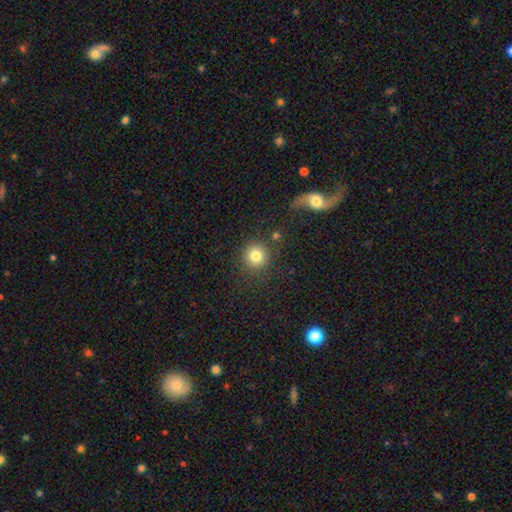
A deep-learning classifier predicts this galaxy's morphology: type=smooth (81%); roundness=round (93%); merging=none (84%).